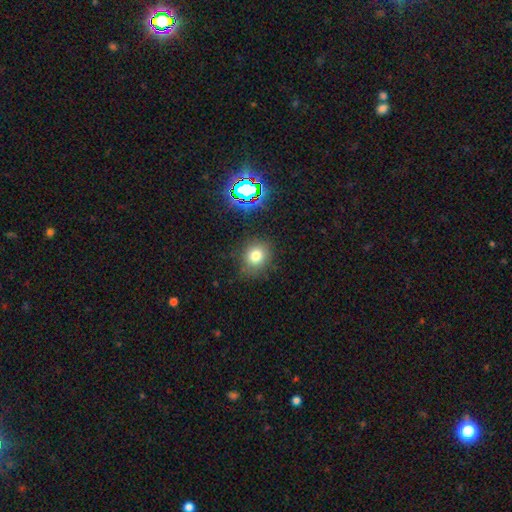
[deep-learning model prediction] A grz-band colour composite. It shows a smooth galaxy with no disk features (74%) that is round (73%). Merging: none (78%).